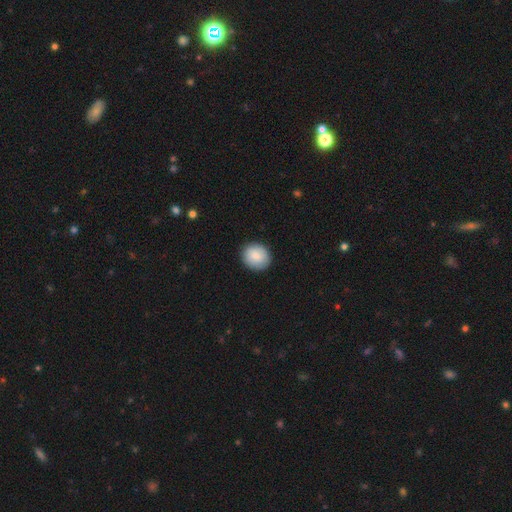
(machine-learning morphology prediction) The model was most divided on "how rounded": round: 77%, in between: 22%, cigar-shaped: 1%. More confident: merging — none (88%); smooth or featured — smooth (86%).